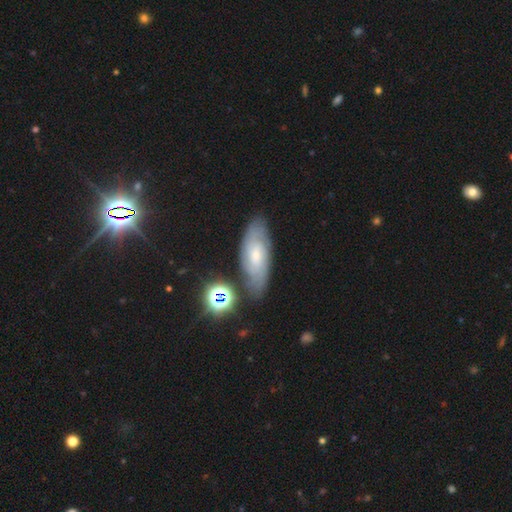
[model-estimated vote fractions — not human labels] Smooth or featured: featured or disk — 61% (smooth — 28%)
Edge-on disk: no — 88% (yes — 12%)
Bar: no — 63% (weak — 32%)
Spiral arms: yes — 88% (no — 12%)
Bulge size: small — 53% (moderate — 39%)
Merging: none — 74% (minor disturbance — 17%)